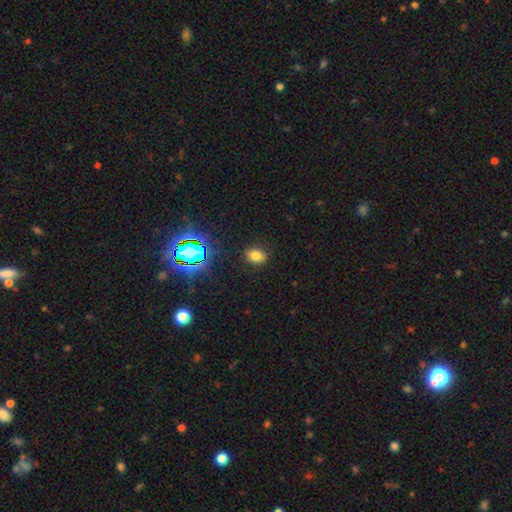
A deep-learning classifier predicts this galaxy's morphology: A smooth galaxy with no disk features (72%) that is in between round and cigar-shaped (66%).

Vote fractions:
- Smooth or featured? smooth: 72% / star or artifact: 20% / featured or disk: 8%
- How rounded? in between: 66% / round: 33% / cigar-shaped: 1%
- Merging? none: 86% / minor disturbance: 10% / major disturbance: 3% / merger: 1%